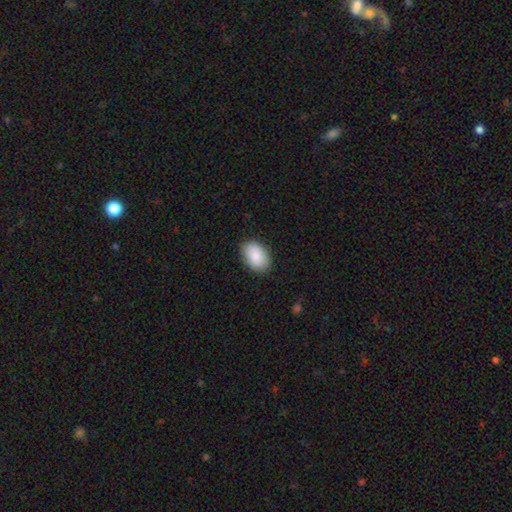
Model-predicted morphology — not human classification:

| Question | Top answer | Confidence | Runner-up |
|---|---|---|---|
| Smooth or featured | smooth | 87% | featured or disk (7%) |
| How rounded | in between | 89% | round (10%) |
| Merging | none | 84% | minor disturbance (12%) |